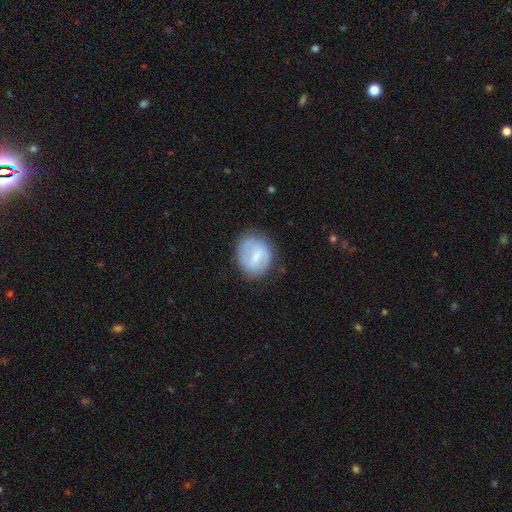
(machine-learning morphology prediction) This is possibly a smooth galaxy (53%). How rounded: likely round (62%). Merging: likely none (71%).